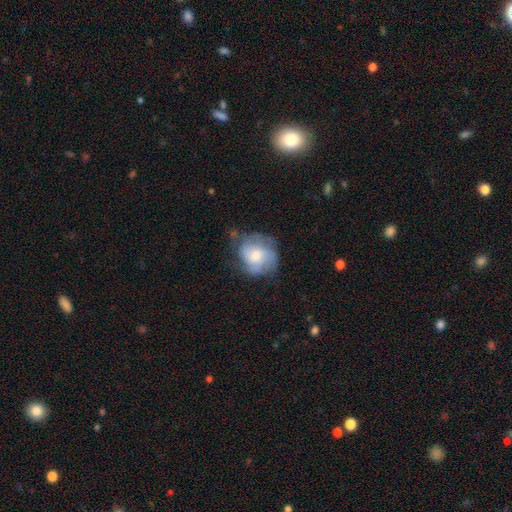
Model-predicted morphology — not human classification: A smooth galaxy with no disk features (48%).

Vote fractions:
- Smooth or featured? smooth: 48% / featured or disk: 44% / star or artifact: 8%
- Merging? none: 51% / minor disturbance: 29% / major disturbance: 18% / merger: 2%